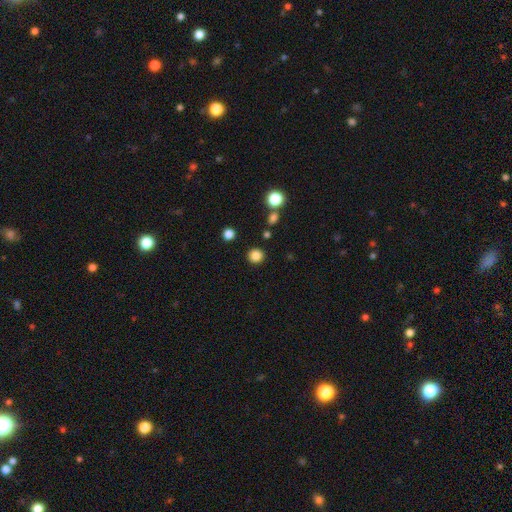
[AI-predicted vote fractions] Smooth or featured? smooth (84%)
How rounded? round (93%)
Merging? none (90%)